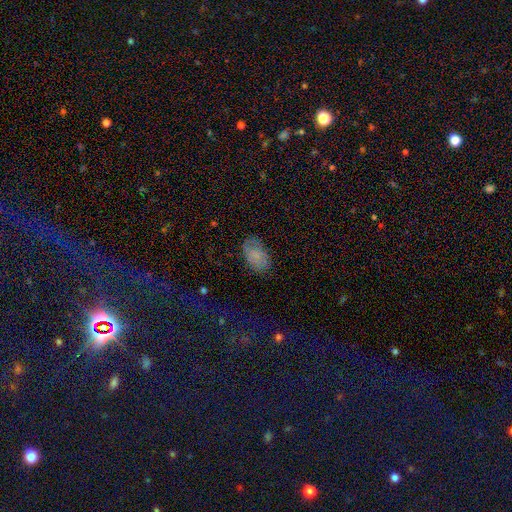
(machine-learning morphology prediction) Q: Smooth or featured?
A: smooth (73%); runner-up: featured or disk (17%)
Q: How rounded?
A: in between (92%); runner-up: round (7%)
Q: Merging?
A: none (75%); runner-up: minor disturbance (18%)